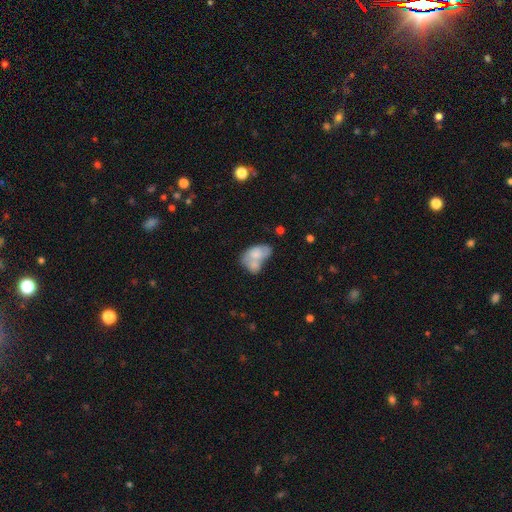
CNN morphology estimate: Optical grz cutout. It shows a smooth galaxy with no disk features (68%) that is in between round and cigar-shaped (88%). Merging: merger (62%).